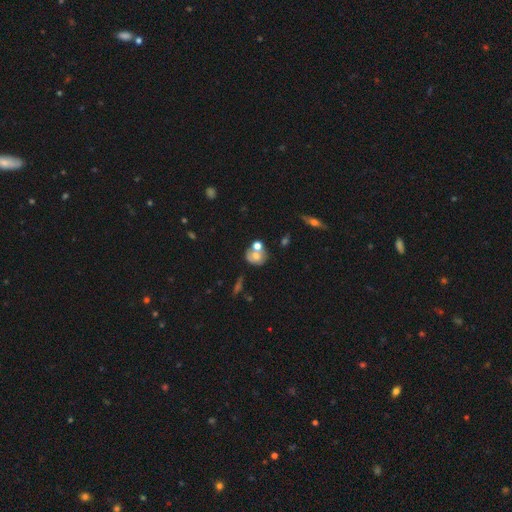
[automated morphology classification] Smooth or featured: smooth — 58% (featured or disk — 30%)
How rounded: round — 69% (in between — 30%)
Merging: none — 44% (merger — 37%)